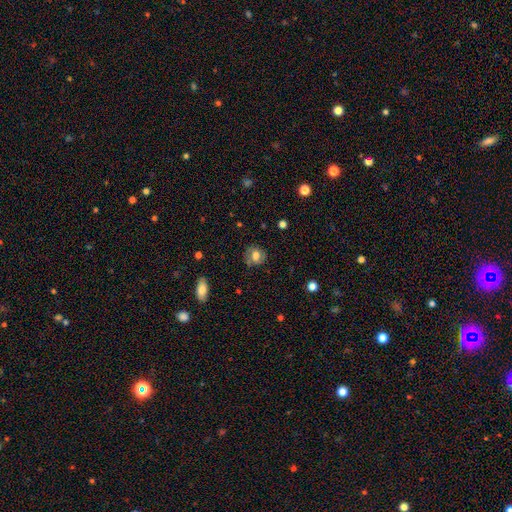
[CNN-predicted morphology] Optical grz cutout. It shows a smooth galaxy with no disk features (60%) that is round (72%). Merging: none (75%).